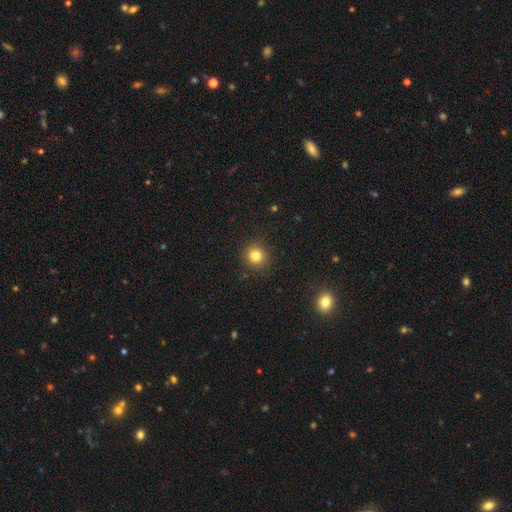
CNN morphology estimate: smooth-or-featured: smooth: 82% | star or artifact: 13% | featured or disk: 5%
  how-rounded: round: 91% | in between: 8% | cigar-shaped: 1%
  merging: none: 90% | minor disturbance: 7% | major disturbance: 2% | merger: 1%